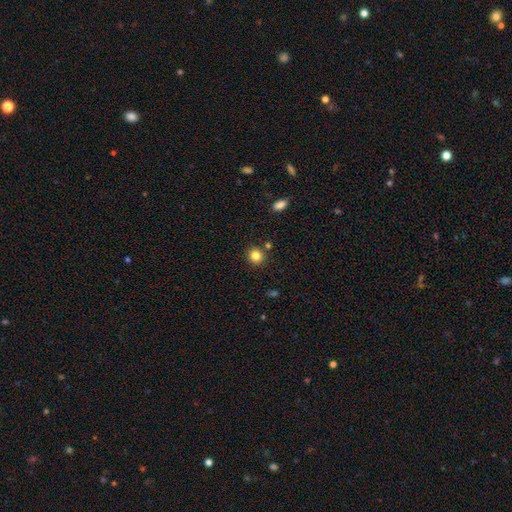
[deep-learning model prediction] A smooth galaxy with no disk features (83%) that is round (86%).

Vote fractions:
- Smooth or featured? smooth: 83% / star or artifact: 11% / featured or disk: 5%
- How rounded? round: 86% / in between: 13% / cigar-shaped: 1%
- Merging? none: 86% / minor disturbance: 7% / merger: 5% / major disturbance: 2%